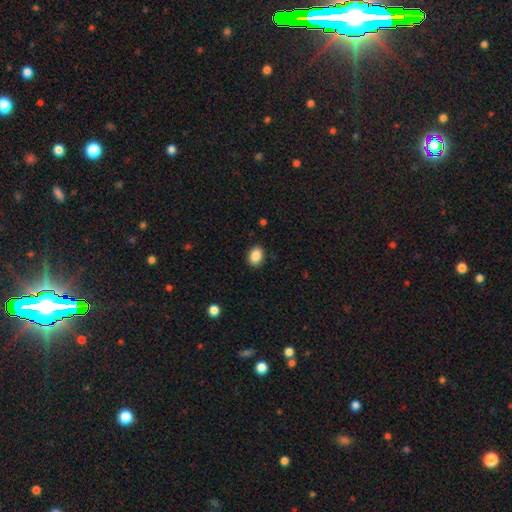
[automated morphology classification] Smooth or featured? Predicted: smooth (p=0.88). How rounded? Predicted: in between (p=0.75). Merging? Predicted: none (p=0.89).